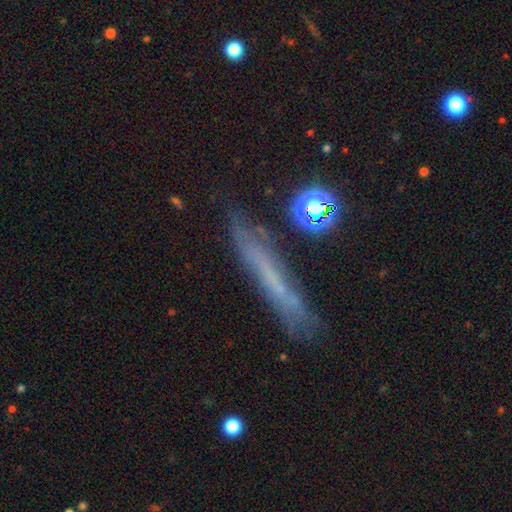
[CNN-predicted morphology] Overall: featured or disk (46%; smooth 43%). Merging: none (70%).